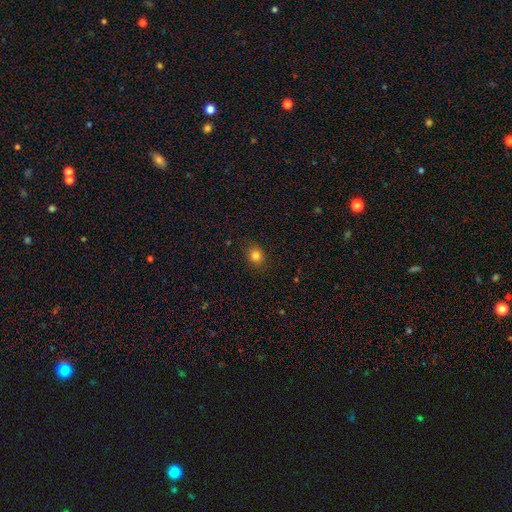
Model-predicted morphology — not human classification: smooth 82%, star or artifact 12%, featured or disk 5%. Down the decision tree: how rounded — round (69%); merging — none (88%).